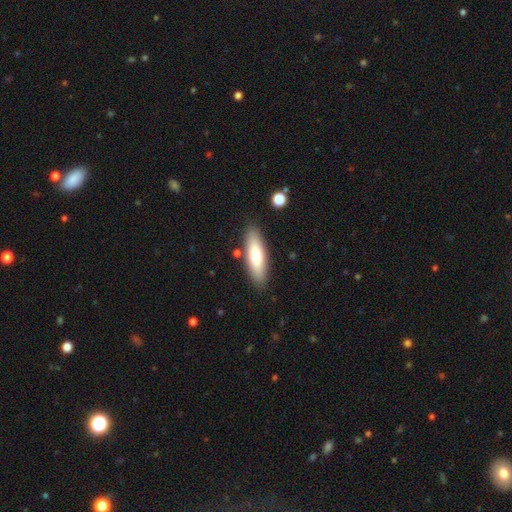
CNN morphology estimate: Q: Smooth or featured?
A: smooth (69%); runner-up: featured or disk (25%)
Q: How rounded?
A: cigar-shaped (52%); runner-up: in between (46%)
Q: Merging?
A: none (85%); runner-up: minor disturbance (10%)